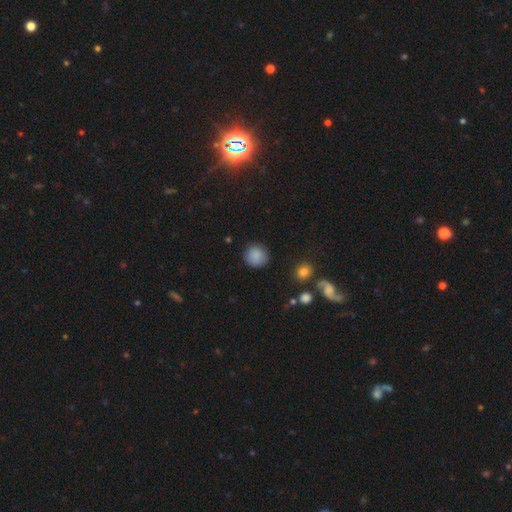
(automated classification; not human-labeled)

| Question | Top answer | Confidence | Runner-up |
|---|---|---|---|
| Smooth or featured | smooth | 87% | star or artifact (9%) |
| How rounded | round | 92% | in between (7%) |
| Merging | none | 87% | minor disturbance (9%) |